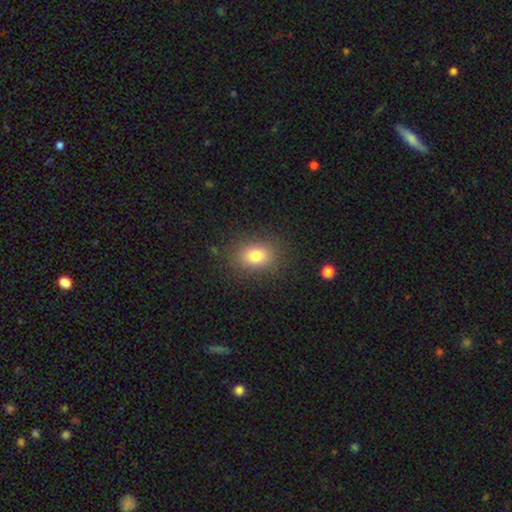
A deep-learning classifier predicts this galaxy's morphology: type=smooth (79%); roundness=in between (61%); merging=none (84%).